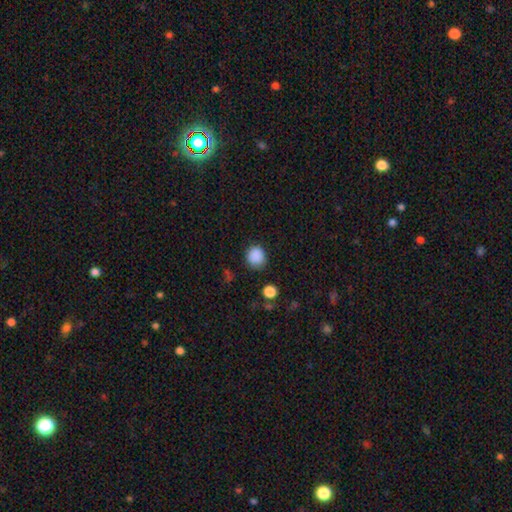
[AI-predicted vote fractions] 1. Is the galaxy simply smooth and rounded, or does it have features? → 87% smooth, 10% star or artifact, 3% featured or disk.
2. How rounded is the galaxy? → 82% round, 17% in between, 1% cigar-shaped.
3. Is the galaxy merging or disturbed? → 82% none, 12% minor disturbance, 3% major disturbance, 2% merger.